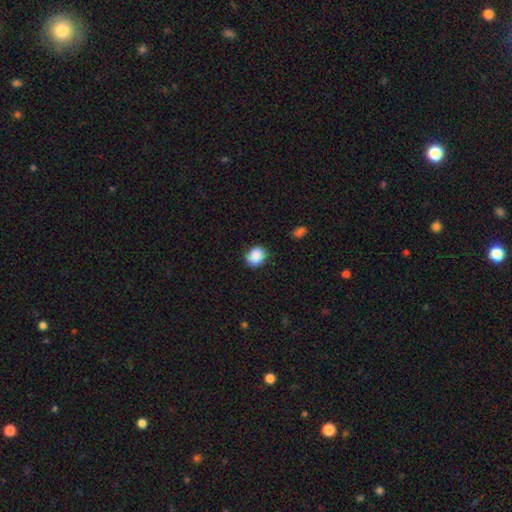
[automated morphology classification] Q: Smooth or featured?
A: smooth (89%); runner-up: star or artifact (8%)
Q: How rounded?
A: round (59%); runner-up: in between (40%)
Q: Merging?
A: none (85%); runner-up: minor disturbance (11%)